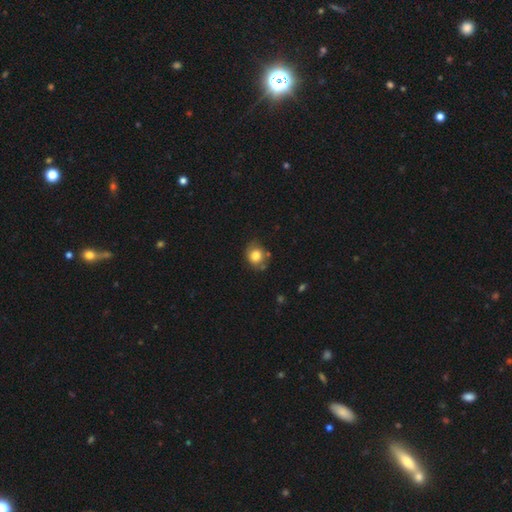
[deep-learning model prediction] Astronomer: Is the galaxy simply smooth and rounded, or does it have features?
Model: smooth — 78%.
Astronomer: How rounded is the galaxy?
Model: round — 69%.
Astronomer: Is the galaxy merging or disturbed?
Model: none — 68%.